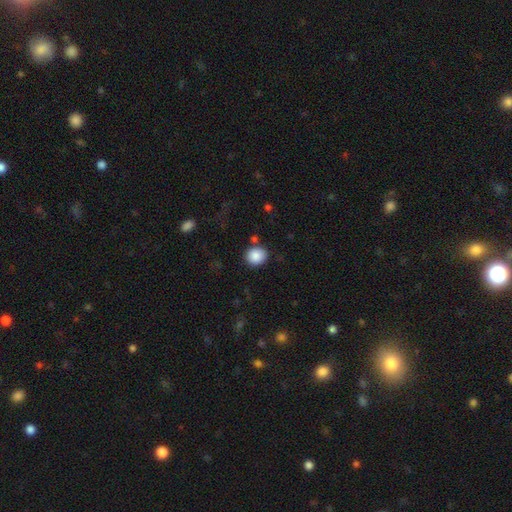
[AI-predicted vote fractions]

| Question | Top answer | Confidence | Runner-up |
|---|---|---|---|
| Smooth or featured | smooth | 88% | star or artifact (8%) |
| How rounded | round | 75% | in between (24%) |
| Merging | none | 83% | minor disturbance (9%) |